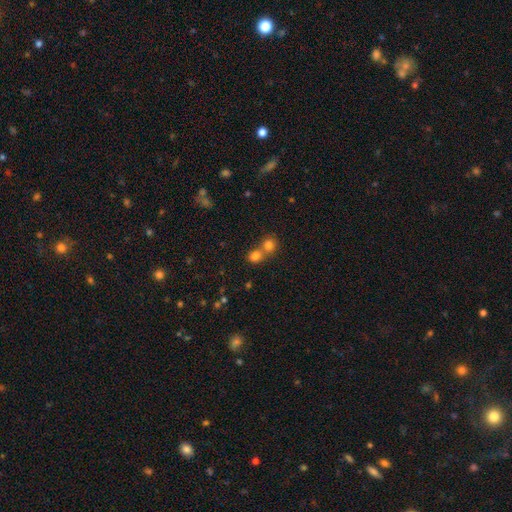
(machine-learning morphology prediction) Smooth or featured?
  - smooth: 78% *
  - star or artifact: 13%
  - featured or disk: 8%
How rounded?
  - round: 74% *
  - in between: 24%
  - cigar-shaped: 1%
Merging?
  - merger: 51% *
  - none: 41%
  - minor disturbance: 5%
  - major disturbance: 2%